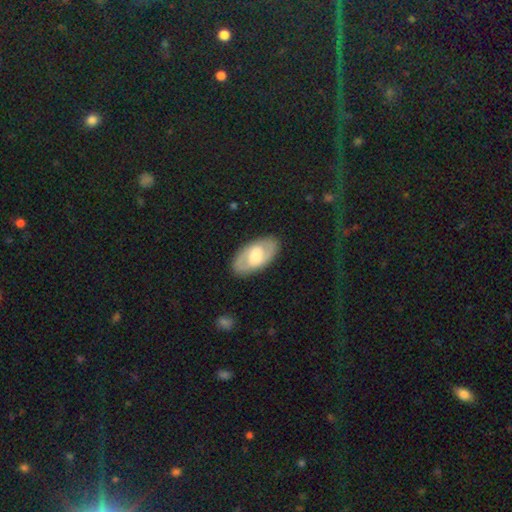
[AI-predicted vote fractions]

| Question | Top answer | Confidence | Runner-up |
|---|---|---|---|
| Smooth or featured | featured or disk | 62% | smooth (33%) |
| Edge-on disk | no | 92% | yes (8%) |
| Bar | weak | 44% | no (38%) |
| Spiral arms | yes | 63% | no (37%) |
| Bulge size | moderate | 61% | large (22%) |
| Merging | none | 87% | minor disturbance (9%) |